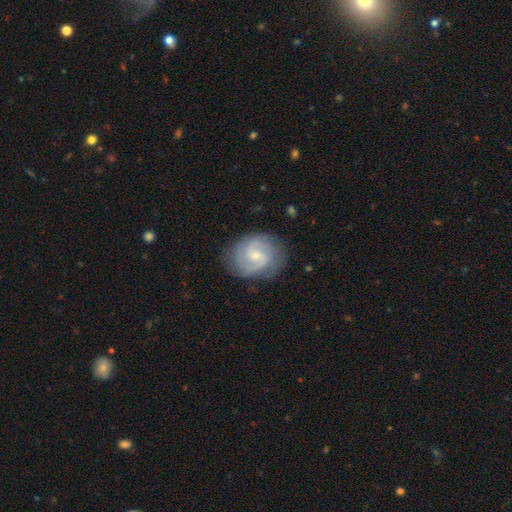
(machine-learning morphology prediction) This is clearly a featured or disk galaxy (82%). It is clearly not viewed edge-on (98%). Bar: possibly weak (47%). Spiral arm pattern: clearly yes (96%). Spiral arm count: likely 2 (61%). Spiral winding: marginally tight (45%). Central bulge: likely small (72%). Merging: likely none (80%).